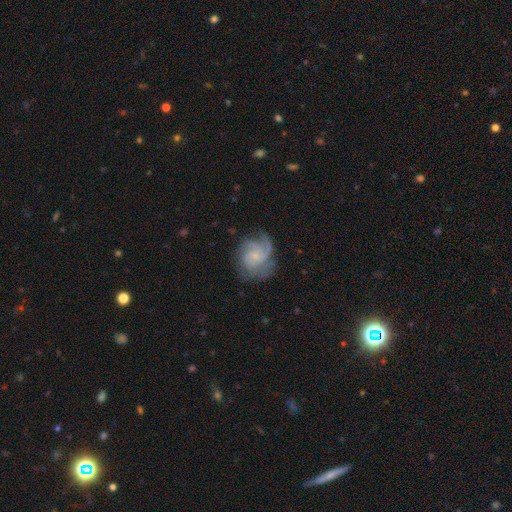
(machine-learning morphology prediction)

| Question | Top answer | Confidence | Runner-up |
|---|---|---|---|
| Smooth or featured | featured or disk | 76% | smooth (17%) |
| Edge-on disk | no | 98% | yes (2%) |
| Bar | no | 72% | weak (25%) |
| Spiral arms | yes | 94% | no (6%) |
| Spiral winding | medium | 43% | tight (37%) |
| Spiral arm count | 3 | 37% | can't tell (21%) |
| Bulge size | small | 65% | none (17%) |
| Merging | none | 63% | minor disturbance (21%) |